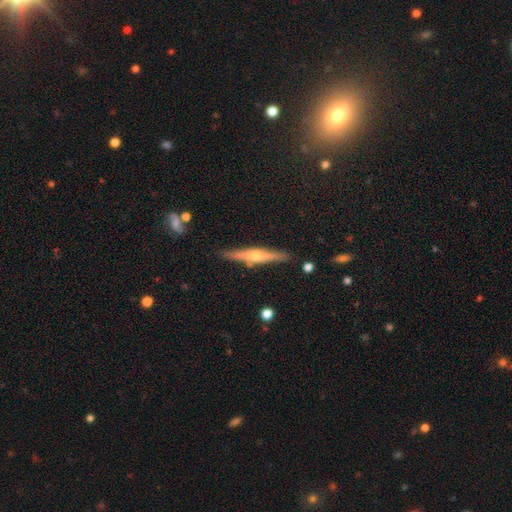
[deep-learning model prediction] Q: Smooth or featured?
A: featured or disk (68%); runner-up: smooth (26%)
Q: Edge-on disk?
A: yes (97%); runner-up: no (3%)
Q: Edge-on bulge?
A: rounded (87%); runner-up: boxy (7%)
Q: Merging?
A: none (86%); runner-up: minor disturbance (10%)